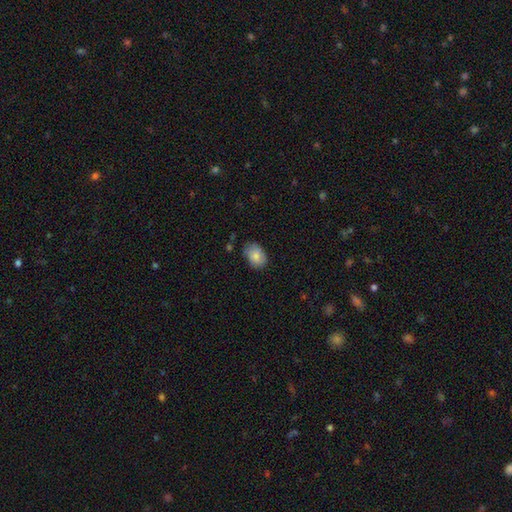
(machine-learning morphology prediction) Overall: smooth (83%). How rounded: in between (81%). Merging: none (74%).